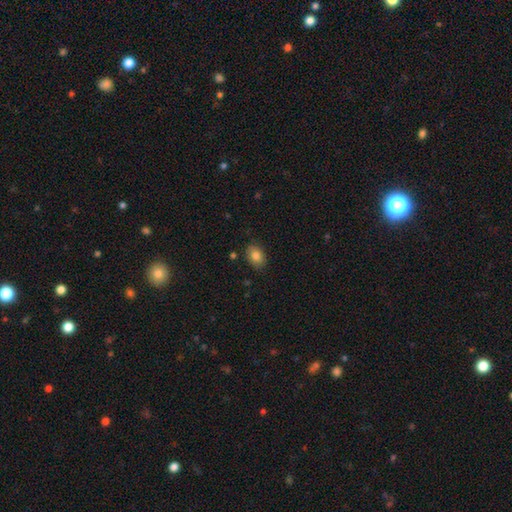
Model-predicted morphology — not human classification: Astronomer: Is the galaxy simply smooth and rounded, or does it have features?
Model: smooth — 83%.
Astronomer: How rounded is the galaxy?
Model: in between — 77%.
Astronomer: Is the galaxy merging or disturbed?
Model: none — 84%.